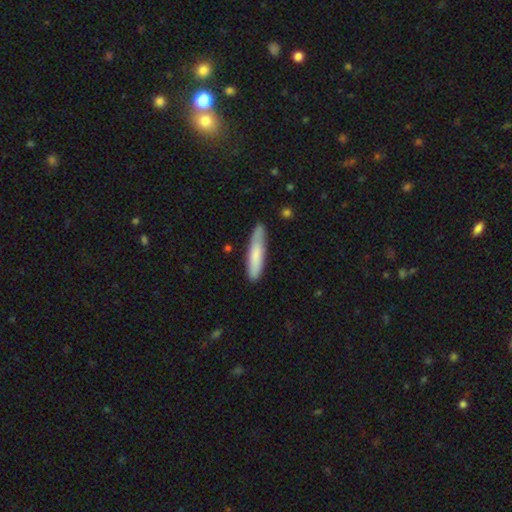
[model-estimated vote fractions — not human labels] A smooth galaxy with no disk features (77%) that is cigar-shaped (86%). Merging: none (79%).